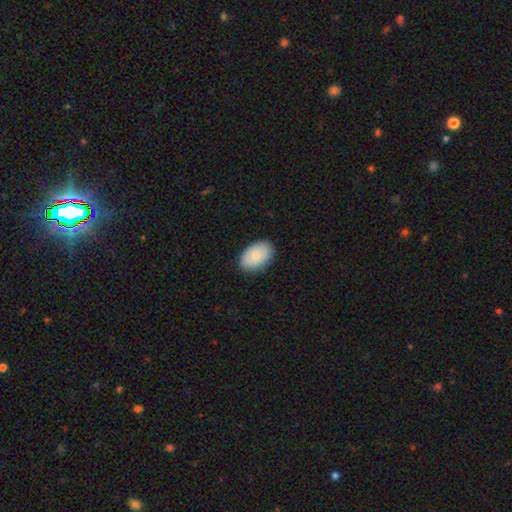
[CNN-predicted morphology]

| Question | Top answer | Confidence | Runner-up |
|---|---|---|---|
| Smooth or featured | smooth | 84% | featured or disk (10%) |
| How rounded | in between | 91% | round (7%) |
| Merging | none | 87% | minor disturbance (10%) |